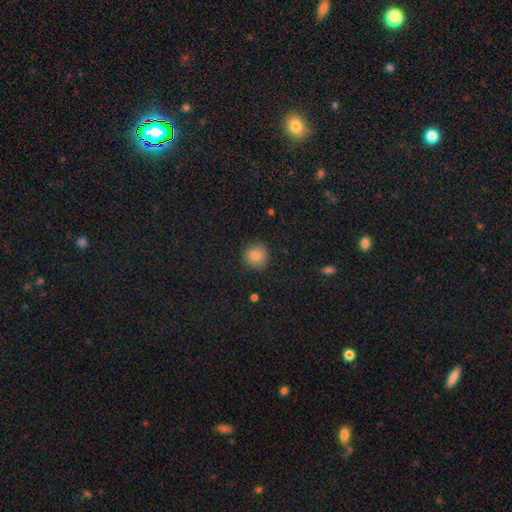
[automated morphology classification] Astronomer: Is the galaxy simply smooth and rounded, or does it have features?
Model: smooth — 83%.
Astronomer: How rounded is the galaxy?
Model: round — 92%.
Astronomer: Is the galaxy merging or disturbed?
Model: none — 88%.